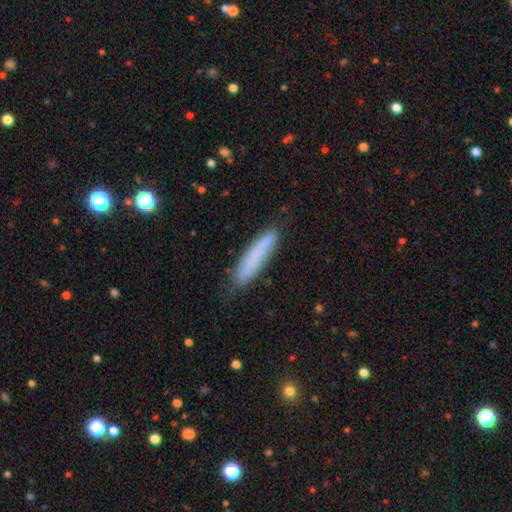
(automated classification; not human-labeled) Overall: smooth (75%). How rounded: cigar-shaped (88%). Merging: none (80%).